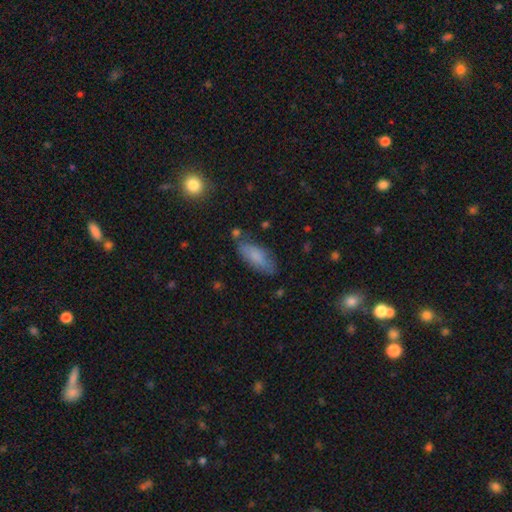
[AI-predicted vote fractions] This appears to be a smooth galaxy with no disk features (77%) that is in between round and cigar-shaped (73%). Merging: none (72%).